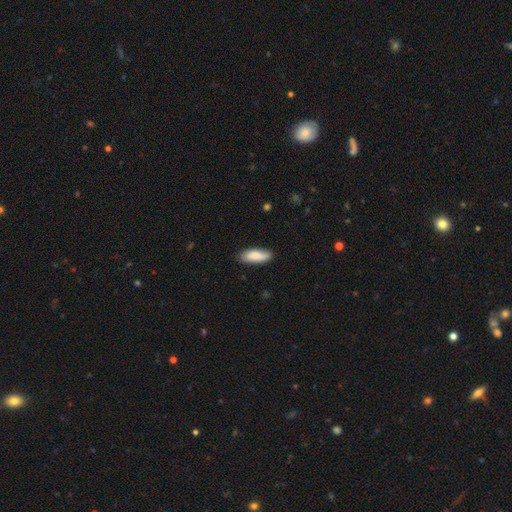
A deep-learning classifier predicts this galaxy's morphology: Smooth or featured? smooth (84%)
How rounded? in between (70%)
Merging? none (80%)